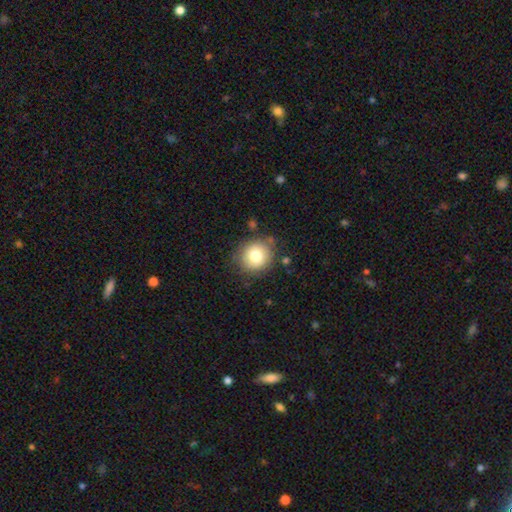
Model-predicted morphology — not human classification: type=smooth (77%); roundness=round (86%); merging=none (82%).